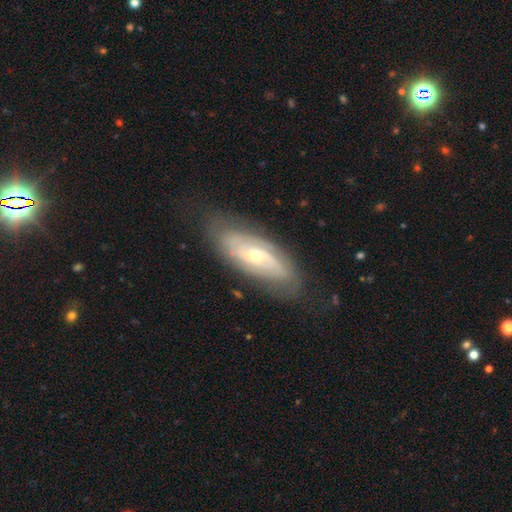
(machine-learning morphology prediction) This appears to be a featured or disk galaxy (74%) with no bar (61%), 2 (58%) tight (44%) spiral arms (82%) and a small central bulge (54%). Merging: none (76%).